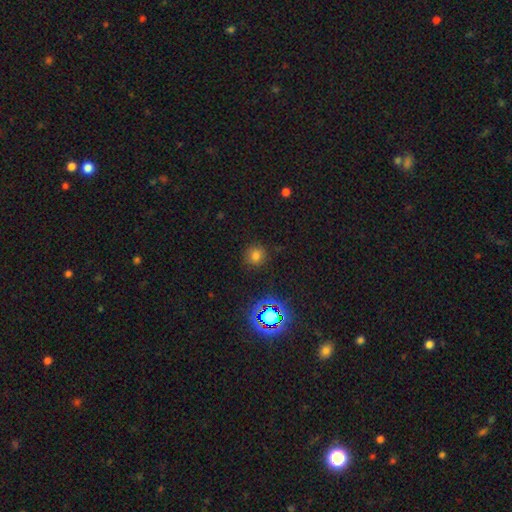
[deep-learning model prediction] smooth 72%, star or artifact 22%, featured or disk 6%. Down the decision tree: how rounded — round (84%); merging — none (87%).